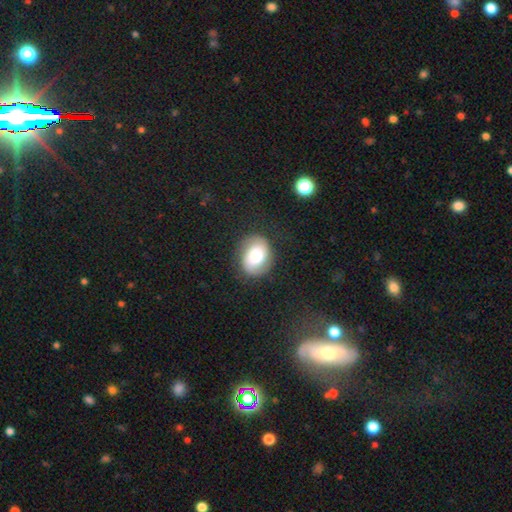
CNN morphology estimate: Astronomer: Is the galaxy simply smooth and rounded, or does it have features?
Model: smooth — 64%.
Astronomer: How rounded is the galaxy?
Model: in between — 63%.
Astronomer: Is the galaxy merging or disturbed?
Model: none — 80%.